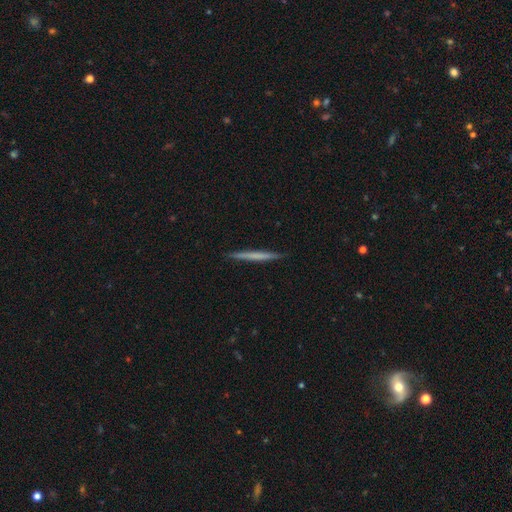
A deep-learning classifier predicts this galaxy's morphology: smooth-or-featured: smooth: 54% | featured or disk: 41% | star or artifact: 5%
  how-rounded: cigar-shaped: 97% | in between: 2% | round: 1%
  merging: none: 92% | minor disturbance: 6% | major disturbance: 1% | merger: 1%